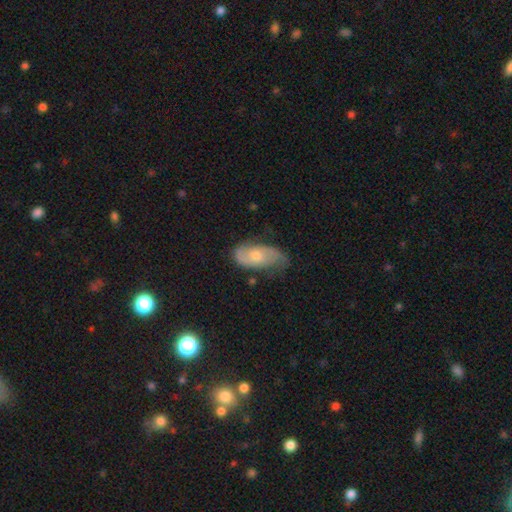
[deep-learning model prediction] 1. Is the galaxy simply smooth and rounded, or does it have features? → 65% featured or disk, 28% smooth, 7% star or artifact.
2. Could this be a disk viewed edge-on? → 94% no, 6% yes.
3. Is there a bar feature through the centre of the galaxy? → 71% no, 25% weak, 4% strong.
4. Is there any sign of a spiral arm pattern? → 88% yes, 12% no.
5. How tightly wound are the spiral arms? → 43% medium, 30% tight, 27% loose.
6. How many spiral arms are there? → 77% 2, 14% can't tell, 4% 1, 2% 3, 1% 4, 1% more than 4.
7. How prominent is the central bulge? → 47% moderate (tied), 47% small (tied), 3% none, 2% large, 1% dominant.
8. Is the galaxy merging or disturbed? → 61% none, 28% minor disturbance, 9% major disturbance, 2% merger.